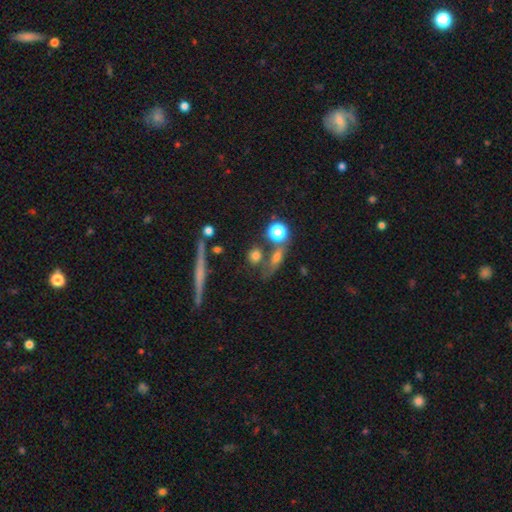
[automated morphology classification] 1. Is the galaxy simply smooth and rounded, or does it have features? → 69% smooth, 16% star or artifact, 15% featured or disk.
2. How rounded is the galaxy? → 63% round, 25% in between, 11% cigar-shaped.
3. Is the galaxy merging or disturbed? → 62% none, 19% merger, 12% minor disturbance, 7% major disturbance.